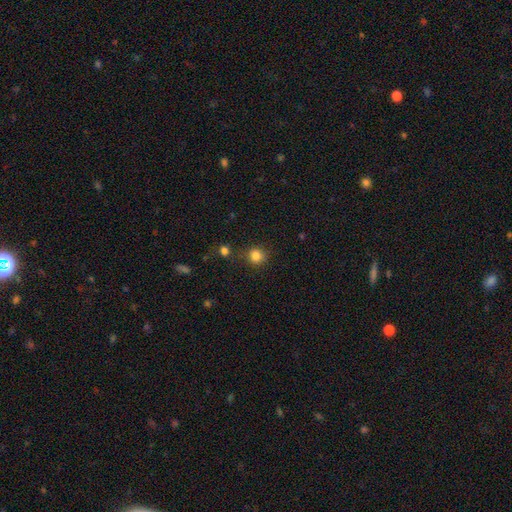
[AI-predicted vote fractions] The model was most divided on "merging": none: 80%, minor disturbance: 11%, merger: 5%, major disturbance: 4%. More confident: how rounded — round (87%); smooth or featured — smooth (83%).